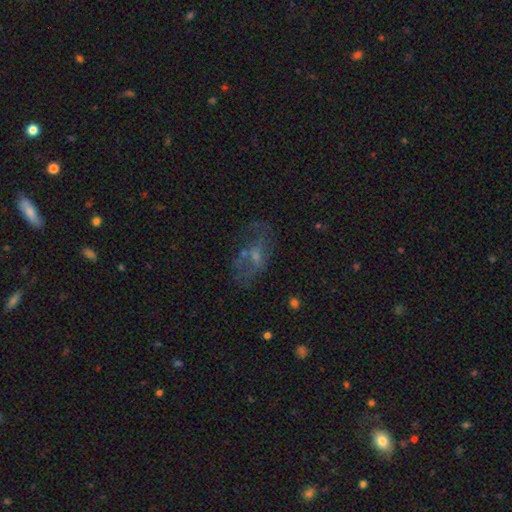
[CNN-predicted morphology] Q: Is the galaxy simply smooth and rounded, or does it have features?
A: featured or disk — 50%.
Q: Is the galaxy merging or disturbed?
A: none — 41%.